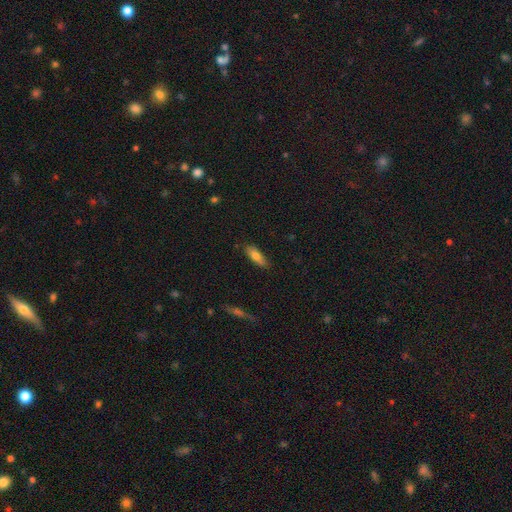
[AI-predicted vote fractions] Smooth or featured: smooth — 75% (featured or disk — 17%)
How rounded: in between — 57% (cigar-shaped — 40%)
Merging: none — 80% (minor disturbance — 16%)